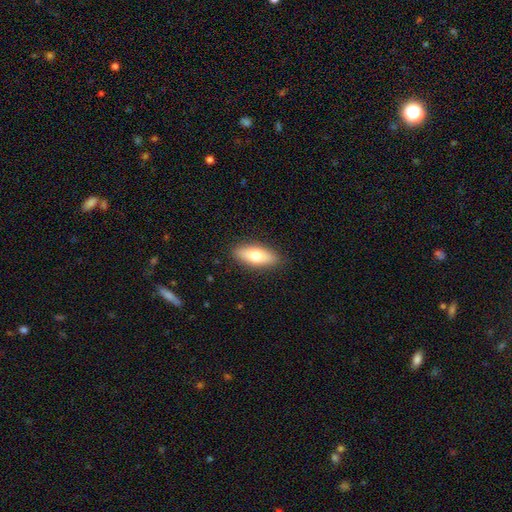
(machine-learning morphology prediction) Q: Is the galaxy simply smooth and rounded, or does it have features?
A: smooth — 72%.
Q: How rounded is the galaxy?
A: in between — 71%.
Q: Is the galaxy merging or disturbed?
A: none — 88%.